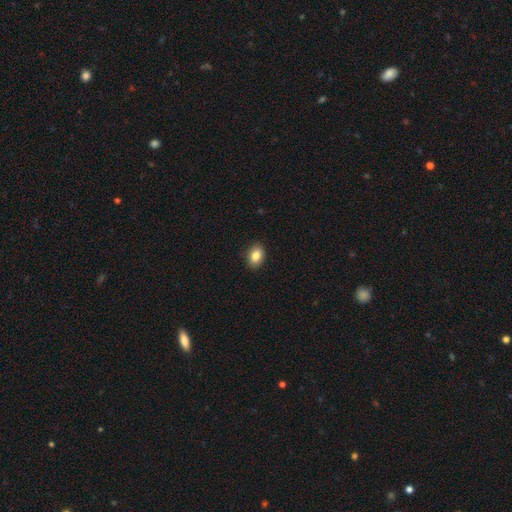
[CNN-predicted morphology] type=smooth (85%); roundness=in between (81%); merging=none (89%).